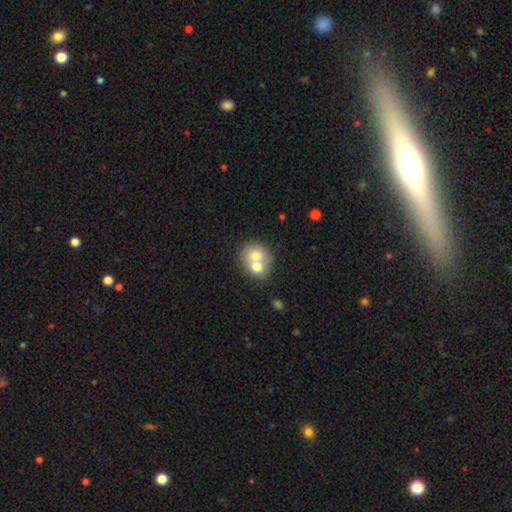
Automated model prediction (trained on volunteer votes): Q: Smooth or featured?
A: smooth (67%); runner-up: featured or disk (24%)
Q: How rounded?
A: round (70%); runner-up: in between (30%)
Q: Merging?
A: merger (65%); runner-up: none (27%)